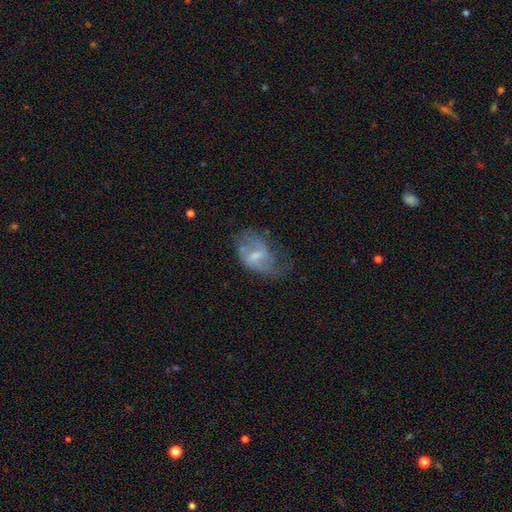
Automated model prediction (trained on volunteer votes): featured or disk 62%, smooth 30%, star or artifact 8%. Down the decision tree: edge-on disk — no (96%); bar — weak (58%); spiral arms — yes (70%); bulge size — small (42%); merging — none (37%).